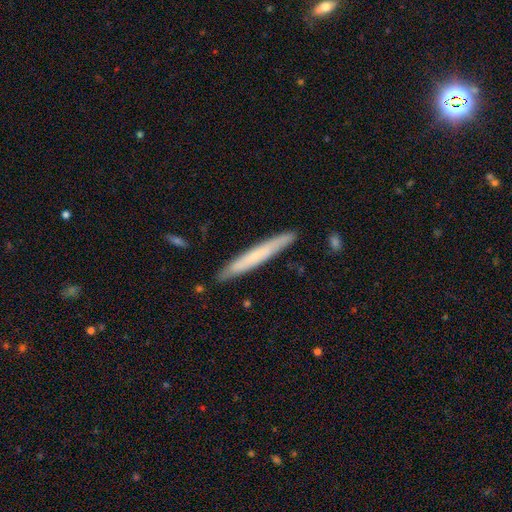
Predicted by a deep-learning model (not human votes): Smooth or featured? smooth (61%)
How rounded? cigar-shaped (96%)
Merging? none (88%)